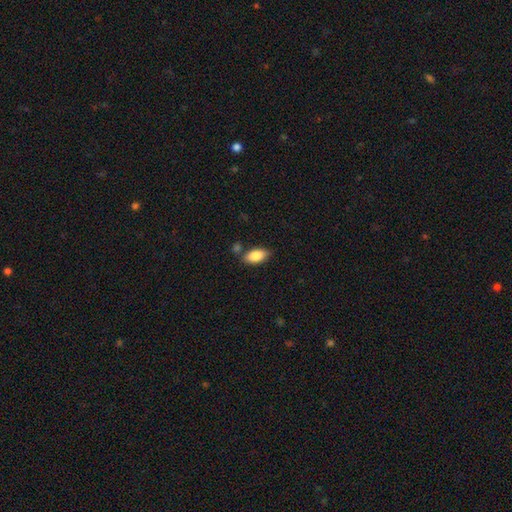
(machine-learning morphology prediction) Q: Smooth or featured?
A: smooth (86%); runner-up: featured or disk (7%)
Q: How rounded?
A: in between (92%); runner-up: cigar-shaped (5%)
Q: Merging?
A: none (76%); runner-up: minor disturbance (13%)